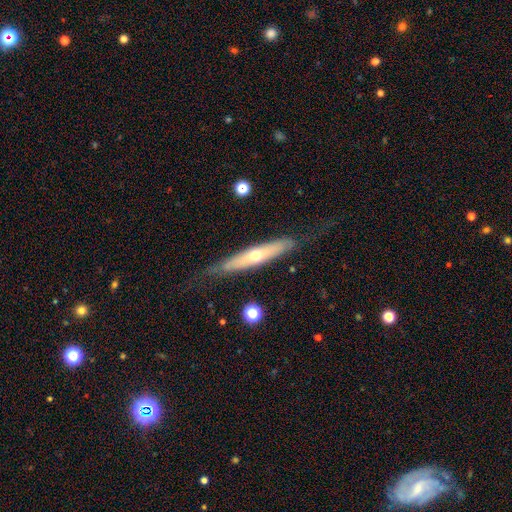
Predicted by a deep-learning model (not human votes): This appears to be a featured or disk galaxy (55%) viewed edge-on (78%). Merging: none (75%).